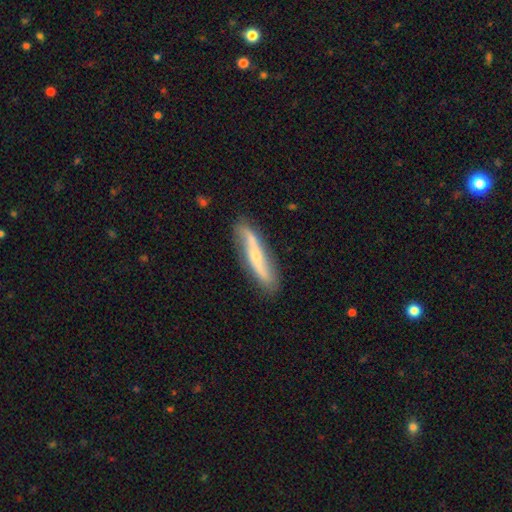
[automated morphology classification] This is likely a featured or disk galaxy (67%). It is likely not viewed edge-on (61%). Merging: likely none (79%).